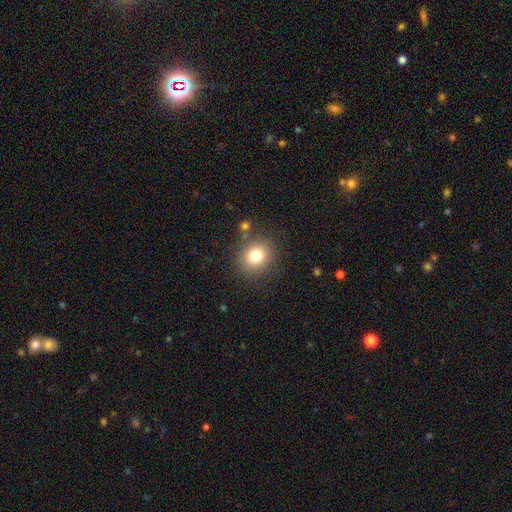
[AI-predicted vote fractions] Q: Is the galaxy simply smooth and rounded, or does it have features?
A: smooth — 80%.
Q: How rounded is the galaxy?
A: round — 75%.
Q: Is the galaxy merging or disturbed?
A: none — 83%.